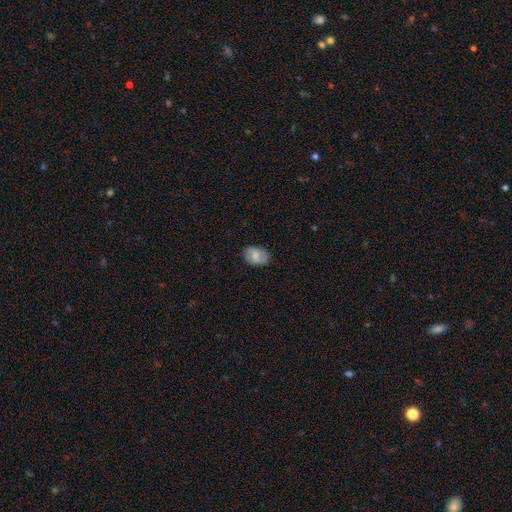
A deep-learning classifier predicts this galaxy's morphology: Overall: smooth (61%; featured or disk 31%). How rounded: in between (79%). Merging: none (77%).